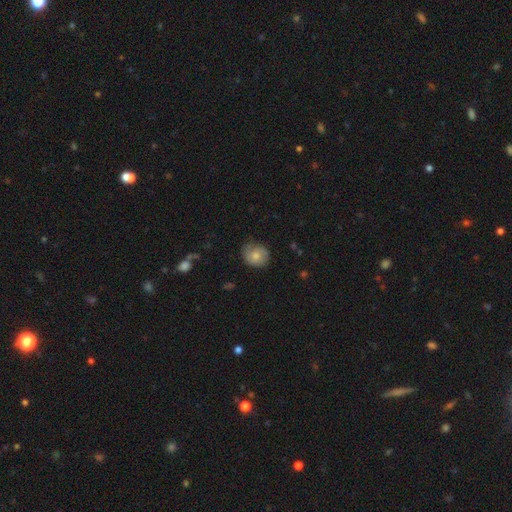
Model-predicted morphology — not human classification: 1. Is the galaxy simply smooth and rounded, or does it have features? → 70% smooth, 22% featured or disk, 8% star or artifact.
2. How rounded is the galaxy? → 73% round, 26% in between, 1% cigar-shaped.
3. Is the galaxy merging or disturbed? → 69% none, 24% minor disturbance, 6% major disturbance, 1% merger.